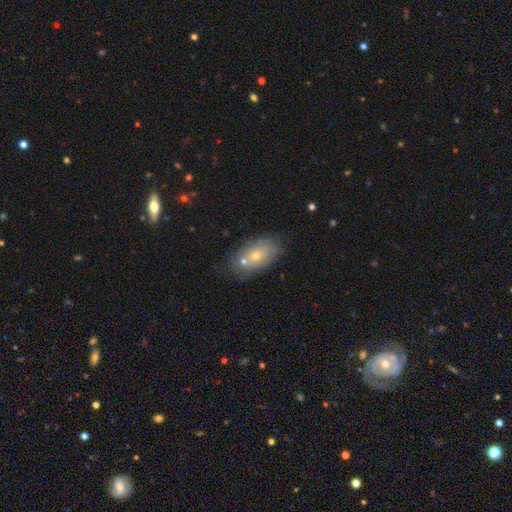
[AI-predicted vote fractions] Morphology: type=smooth (56%); roundness=in between (88%); merging=none (64%).